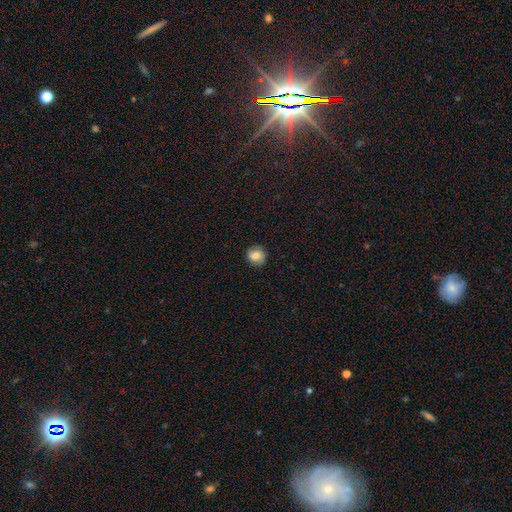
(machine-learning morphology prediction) Overall: smooth (80%). How rounded: round (84%). Merging: none (84%).